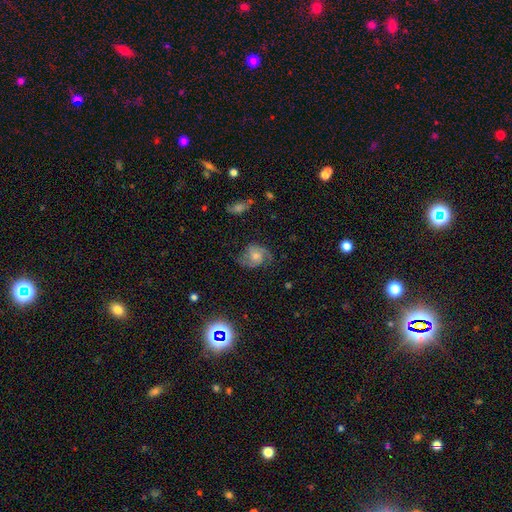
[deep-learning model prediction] This appears to be a featured or disk galaxy (67%) with no bar (67%), 2 (73%) medium (48%) spiral arms (92%) and a moderate central bulge (57%). Merging: none (68%).